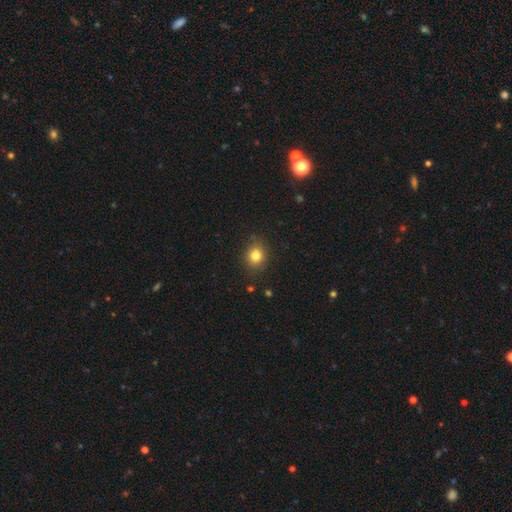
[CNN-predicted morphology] This is clearly a smooth galaxy (81%). How rounded: likely round (69%). Merging: clearly none (85%).